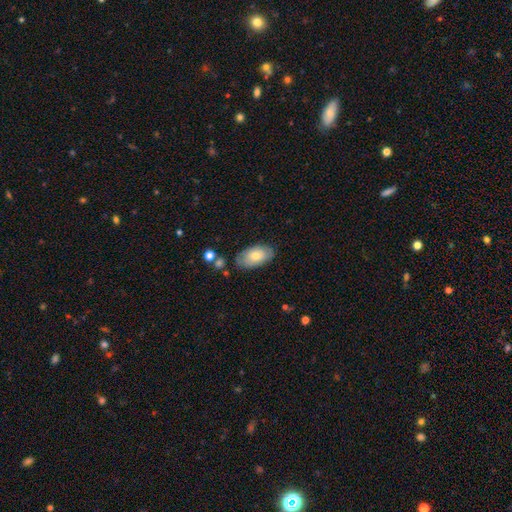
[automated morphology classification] This appears to be a smooth galaxy with no disk features (72%) that is in between round and cigar-shaped (94%). Merging: none (74%).